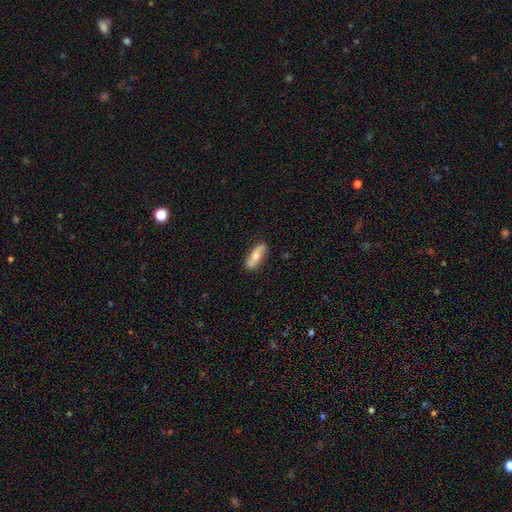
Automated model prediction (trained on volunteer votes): This appears to be a smooth galaxy with no disk features (57%) that is in between round and cigar-shaped (60%). Merging: none (84%).